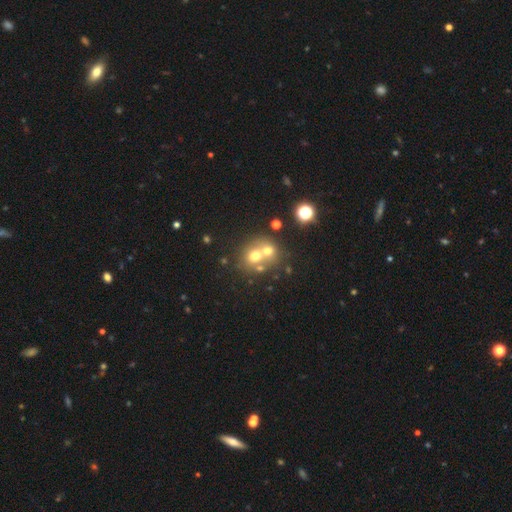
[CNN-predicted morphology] This appears to be a smooth galaxy with no disk features (61%) that is round (73%). Merging: merger (58%).